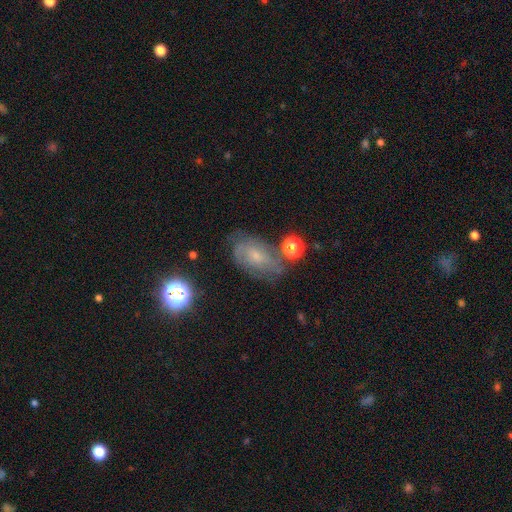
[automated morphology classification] featured or disk 51%, smooth 35%, star or artifact 15%. Down the decision tree: edge-on disk — no (94%); merging — none (59%).